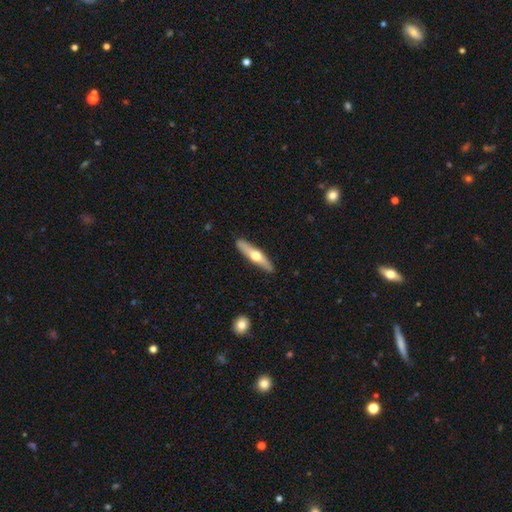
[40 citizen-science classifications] Smooth or featured?
  - smooth: 48% * (tied)
  - featured or disk: 48% * (tied)
  - star or artifact: 5%
How rounded?
  - cigar-shaped: 84% *
  - in between: 16%
  - round: 0%
Merging?
  - none: 89% *
  - major disturbance: 5%
  - minor disturbance: 3%
  - merger: 3%